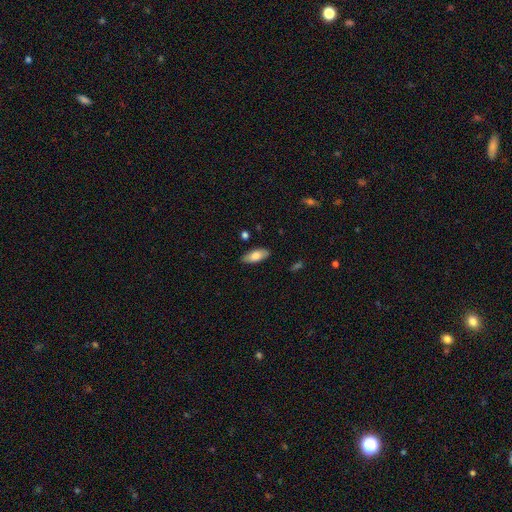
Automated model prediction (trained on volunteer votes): Q: Smooth or featured?
A: smooth (78%); runner-up: featured or disk (16%)
Q: How rounded?
A: in between (83%); runner-up: cigar-shaped (14%)
Q: Merging?
A: none (87%); runner-up: minor disturbance (10%)